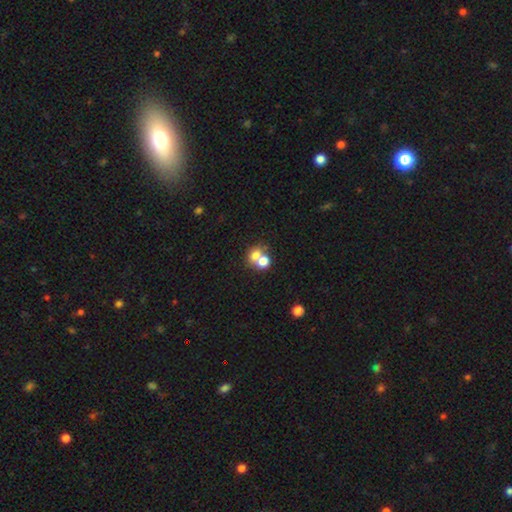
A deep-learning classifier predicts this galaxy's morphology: Q: Smooth or featured?
A: smooth (70%); runner-up: featured or disk (16%)
Q: How rounded?
A: round (63%); runner-up: in between (36%)
Q: Merging?
A: merger (55%); runner-up: none (34%)